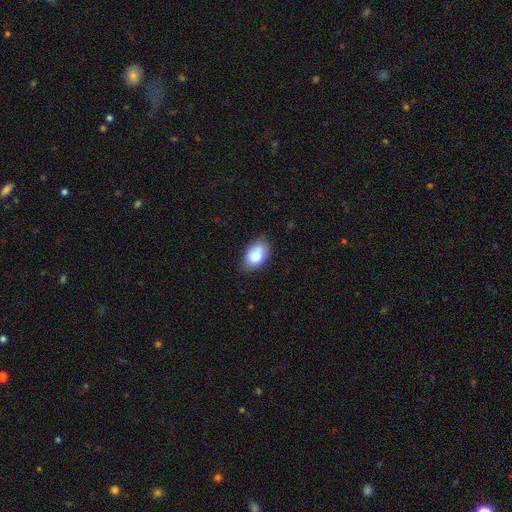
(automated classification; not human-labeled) smooth_or_featured: smooth (p=0.84) [alt: featured or disk p=0.09]
how_rounded: in between (p=0.92) [alt: round p=0.06]
merging: none (p=0.77) [alt: minor disturbance p=0.18]